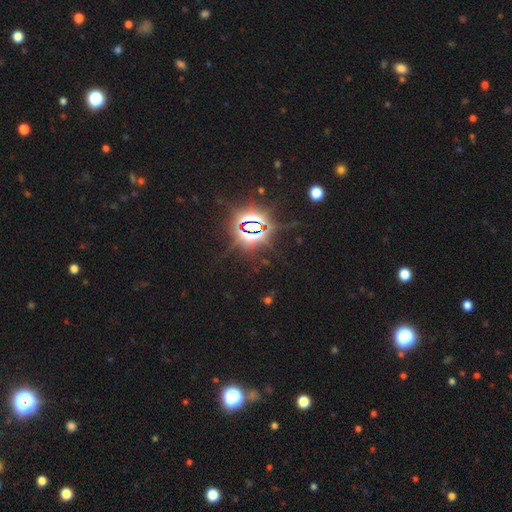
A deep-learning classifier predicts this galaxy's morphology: Smooth or featured? Predicted: star or artifact (p=0.84).